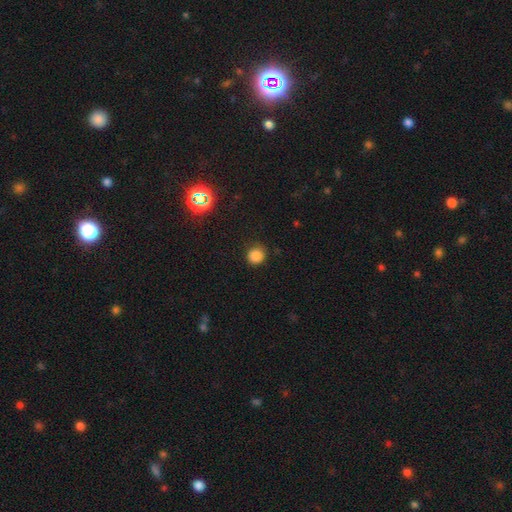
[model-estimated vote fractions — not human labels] Overall: smooth (83%). How rounded: round (90%). Merging: none (86%).